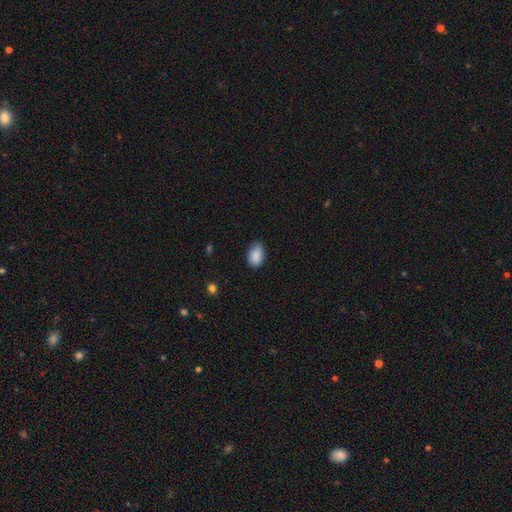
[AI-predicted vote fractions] This is clearly a smooth galaxy (89%). How rounded: clearly in between (88%). Merging: likely none (69%).